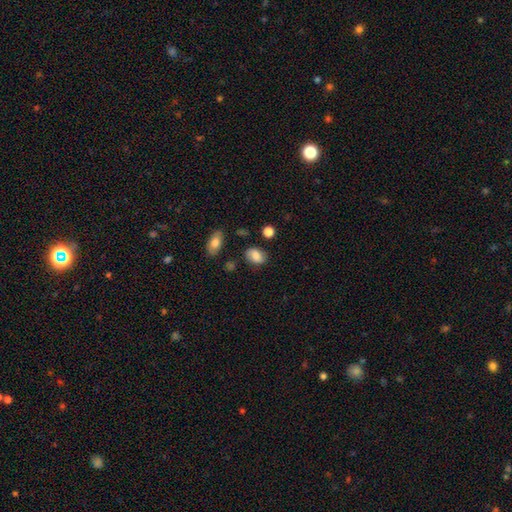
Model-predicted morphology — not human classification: Smooth or featured? smooth (81%)
How rounded? in between (78%)
Merging? none (76%)